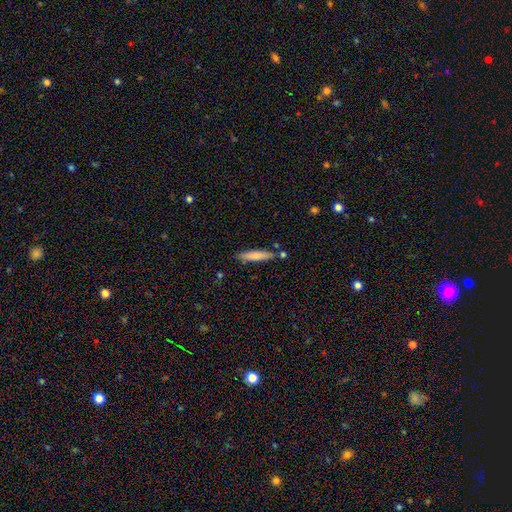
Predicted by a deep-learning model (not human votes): Q: Smooth or featured?
A: smooth (78%); runner-up: featured or disk (16%)
Q: How rounded?
A: cigar-shaped (86%); runner-up: in between (13%)
Q: Merging?
A: none (81%); runner-up: minor disturbance (12%)